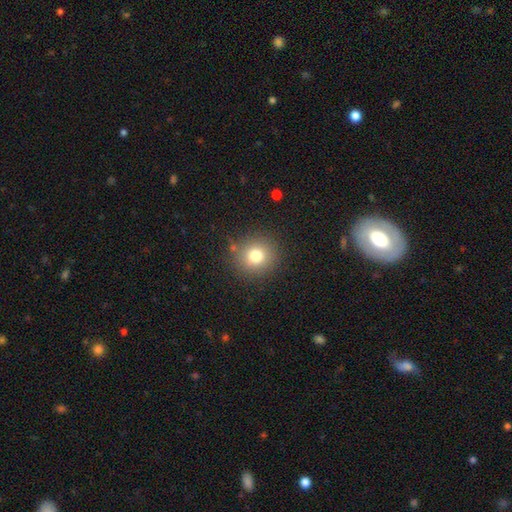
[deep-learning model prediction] smooth-or-featured: smooth: 78% | star or artifact: 13% | featured or disk: 9%
  how-rounded: round: 91% | in between: 8% | cigar-shaped: 1%
  merging: none: 85% | minor disturbance: 9% | major disturbance: 3% | merger: 2%